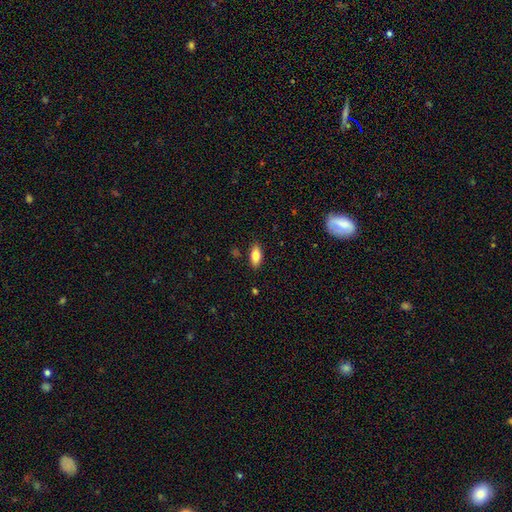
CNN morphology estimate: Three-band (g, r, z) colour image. It shows a smooth galaxy with no disk features (80%) that is in between round and cigar-shaped (87%). Merging: none (87%).